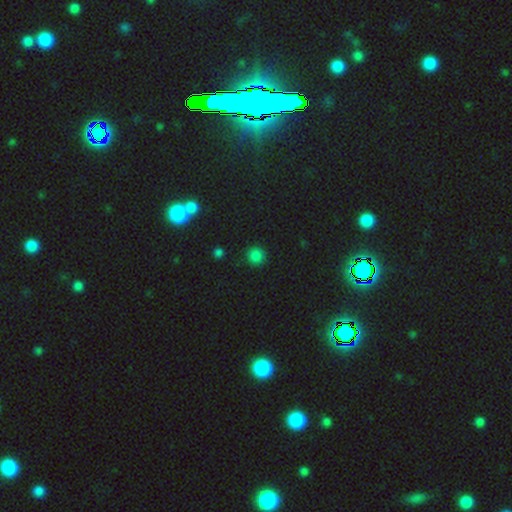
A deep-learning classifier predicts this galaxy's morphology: Smooth or featured: smooth — 80% (star or artifact — 16%)
How rounded: round — 93% (in between — 6%)
Merging: none — 89% (minor disturbance — 7%)